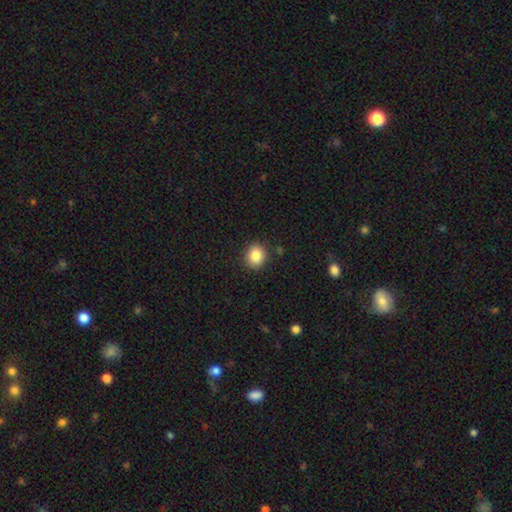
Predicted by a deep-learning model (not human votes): smooth_or_featured: smooth (p=0.86) [alt: star or artifact p=0.10]
how_rounded: round (p=0.74) [alt: in between p=0.25]
merging: none (p=0.89) [alt: minor disturbance p=0.08]